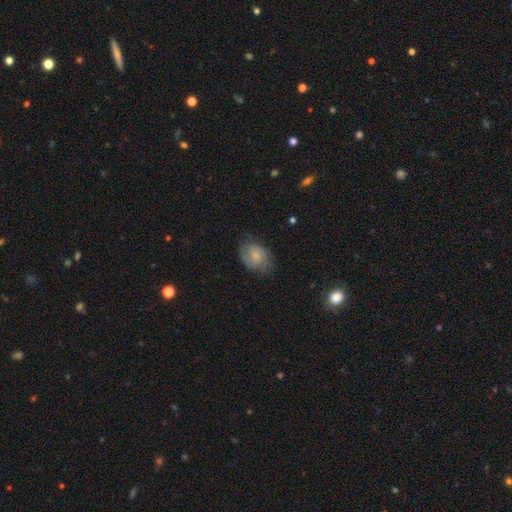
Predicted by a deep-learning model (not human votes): This is possibly a smooth galaxy (55%). How rounded: likely in between (68%). Merging: likely none (64%).